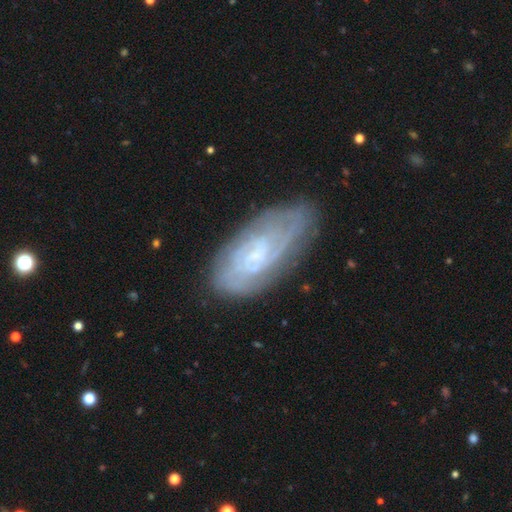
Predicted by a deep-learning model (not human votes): A featured or disk galaxy (71%) with no bar (52%), tight (65%) spiral arms (84%) and a small central bulge (53%).

Vote fractions:
- Smooth or featured? featured or disk: 71% / smooth: 22% / star or artifact: 7%
- Edge-on disk? no: 92% / yes: 8%
- Bar? no: 52% / weak: 39% / strong: 9%
- Spiral arms? yes: 84% / no: 16%
- Spiral winding? tight: 65% / medium: 27% / loose: 8%
- Spiral arm count? can't tell: 55% / 2: 23% / 3: 9% / 1: 5% / 4: 5% / more than 4: 3%
- Bulge size? small: 53% / moderate: 22% / none: 21% / large: 3% / dominant: 1%
- Merging? none: 71% / minor disturbance: 20% / major disturbance: 7% / merger: 2%